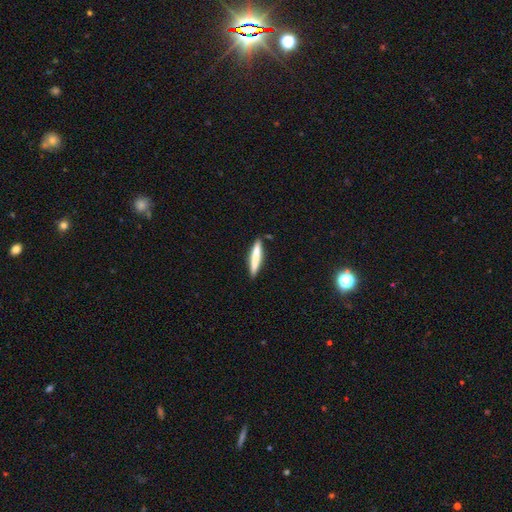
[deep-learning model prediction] This appears to be a smooth galaxy with no disk features (71%) that is cigar-shaped (92%). Merging: none (87%).